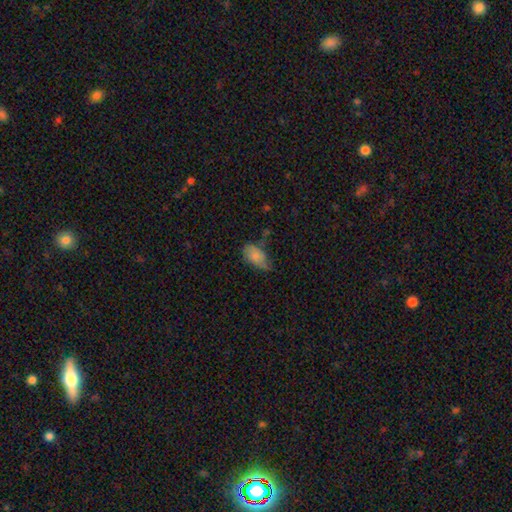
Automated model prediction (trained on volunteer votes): Morphology: type=smooth (79%); roundness=in between (93%); merging=minor disturbance (41%).